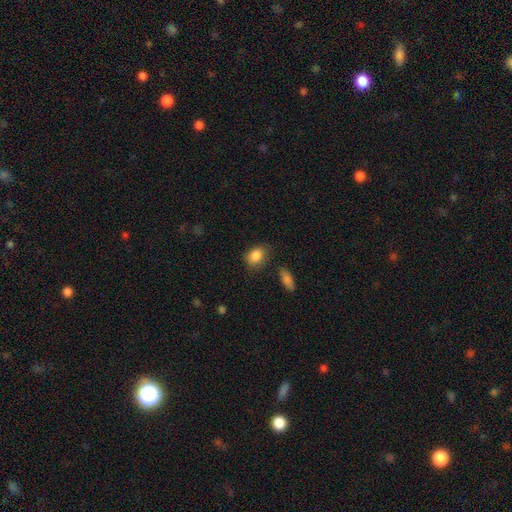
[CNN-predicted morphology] Overall: smooth (87%). How rounded: in between (65%; round 33%). Merging: none (70%).